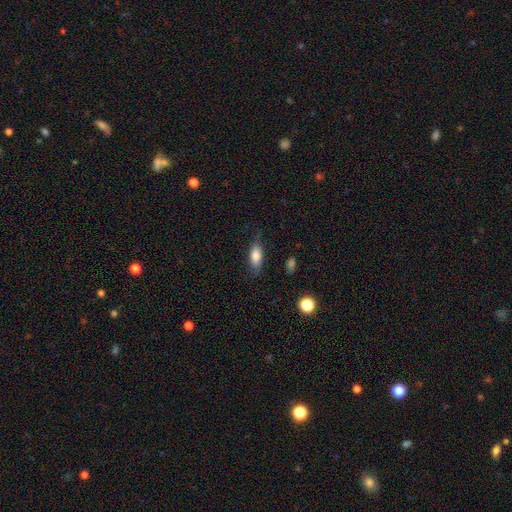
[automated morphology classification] Smooth or featured? Predicted: smooth (p=0.78). How rounded? Predicted: in between (p=0.74). Merging? Predicted: none (p=0.71).